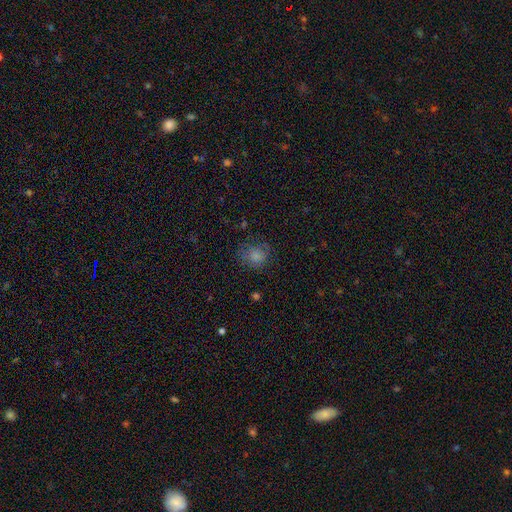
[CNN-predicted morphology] type=smooth (79%); roundness=round (75%); merging=none (66%).